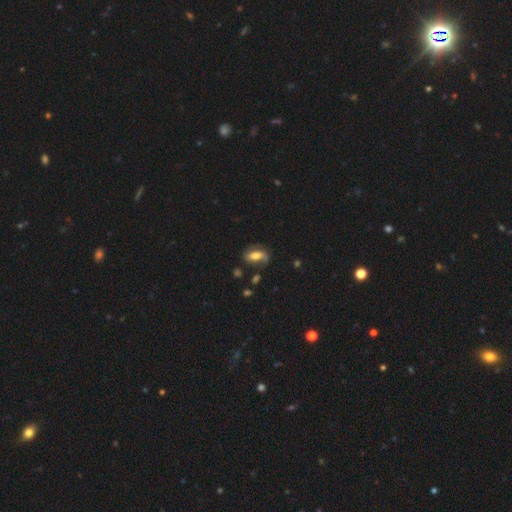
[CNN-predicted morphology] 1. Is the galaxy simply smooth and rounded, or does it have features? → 53% featured or disk, 39% smooth, 8% star or artifact.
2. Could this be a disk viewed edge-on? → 91% no, 9% yes.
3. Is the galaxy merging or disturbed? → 60% none, 23% minor disturbance, 13% major disturbance, 4% merger.